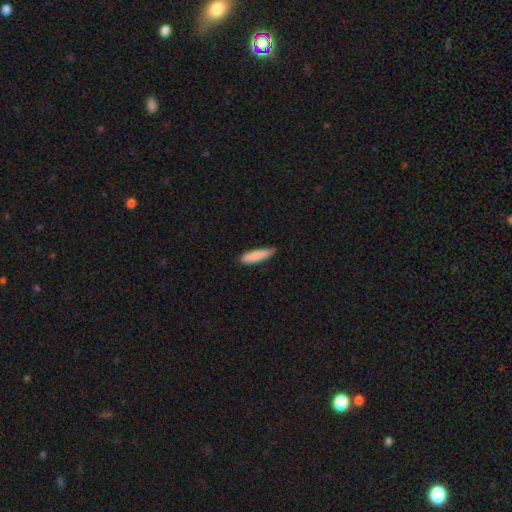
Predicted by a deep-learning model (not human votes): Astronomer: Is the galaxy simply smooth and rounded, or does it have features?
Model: smooth — 87%.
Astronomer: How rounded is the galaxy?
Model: cigar-shaped — 76%.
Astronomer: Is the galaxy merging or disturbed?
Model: none — 82%.